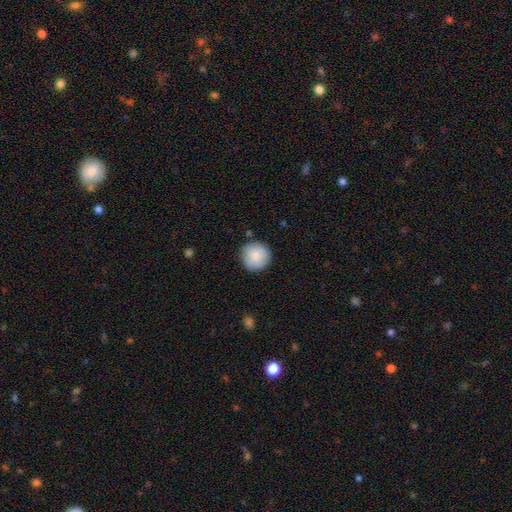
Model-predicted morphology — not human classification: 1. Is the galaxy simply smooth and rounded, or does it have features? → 83% smooth, 10% featured or disk, 6% star or artifact.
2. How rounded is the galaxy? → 95% round, 4% in between, 1% cigar-shaped.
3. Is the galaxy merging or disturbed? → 85% none, 11% minor disturbance, 2% major disturbance, 2% merger.